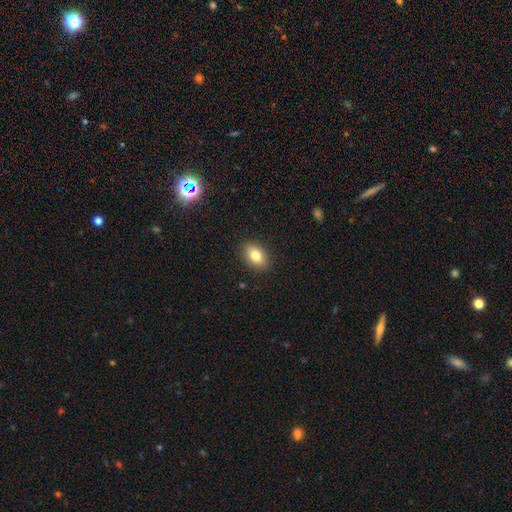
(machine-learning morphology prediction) A smooth galaxy with no disk features (80%) that is in between round and cigar-shaped (81%). Merging: none (89%).